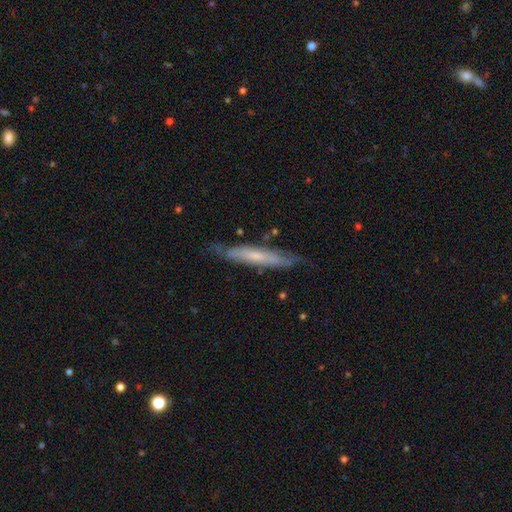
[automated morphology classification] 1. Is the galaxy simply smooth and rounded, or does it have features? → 54% featured or disk, 40% smooth, 6% star or artifact.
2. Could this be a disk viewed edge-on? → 74% yes, 26% no.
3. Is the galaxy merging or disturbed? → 75% none, 19% minor disturbance, 4% major disturbance, 2% merger.